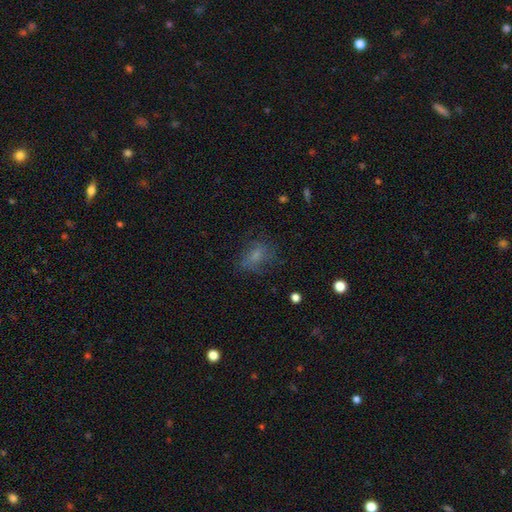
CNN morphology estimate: Overall: smooth (64%). How rounded: in between (74%). Merging: none (60%; minor disturbance 22%).